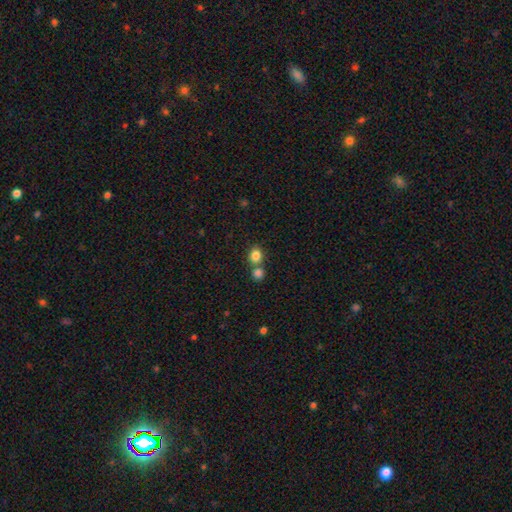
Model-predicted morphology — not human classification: Smooth or featured? Predicted: smooth (p=0.83). How rounded? Predicted: round (p=0.73). Merging? Predicted: none (p=0.54).